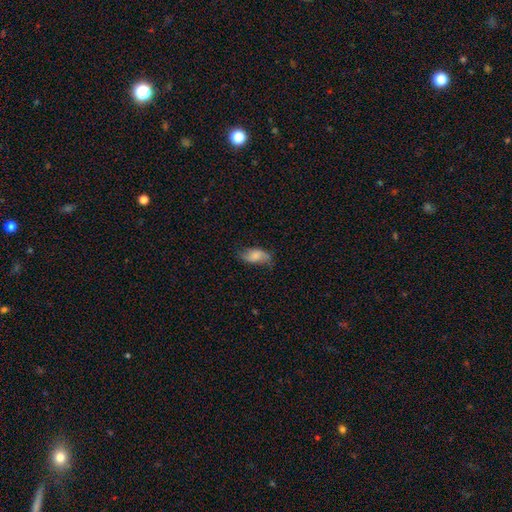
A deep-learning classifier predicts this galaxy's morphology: Smooth or featured?
  - smooth: 54% *
  - featured or disk: 38%
  - star or artifact: 8%
How rounded?
  - in between: 90% *
  - cigar-shaped: 5%
  - round: 5%
Merging?
  - none: 60% *
  - minor disturbance: 27%
  - major disturbance: 11%
  - merger: 2%